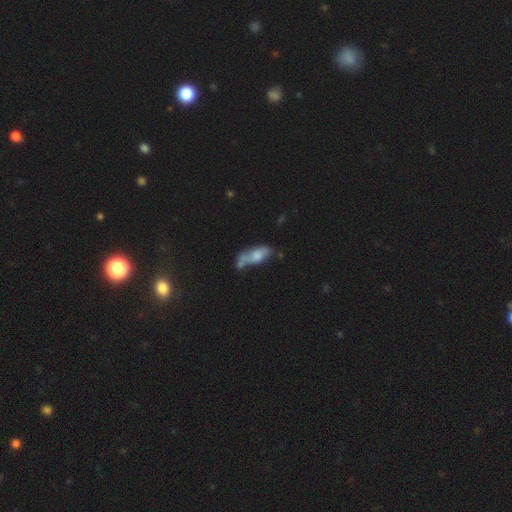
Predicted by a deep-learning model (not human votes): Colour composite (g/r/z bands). It shows a smooth galaxy with no disk features (63%) that is in between round and cigar-shaped (76%). Merging: none (31%).